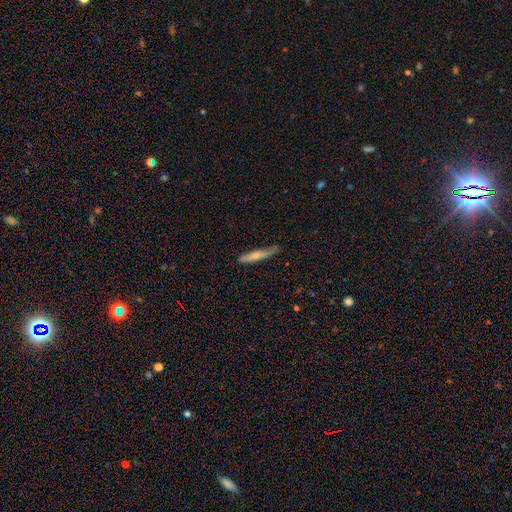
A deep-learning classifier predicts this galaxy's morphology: Overall: smooth (57%; featured or disk 38%). How rounded: cigar-shaped (89%). Merging: none (69%).